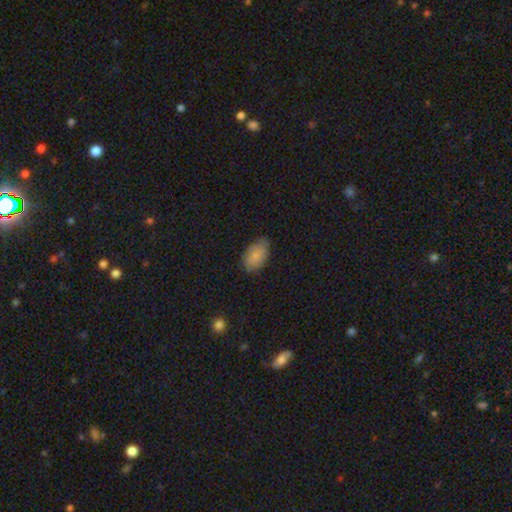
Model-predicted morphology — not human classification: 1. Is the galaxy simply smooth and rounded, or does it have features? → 85% smooth, 8% featured or disk, 7% star or artifact.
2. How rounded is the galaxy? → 94% in between, 4% round, 2% cigar-shaped.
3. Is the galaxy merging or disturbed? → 76% none, 20% minor disturbance, 3% major disturbance, 1% merger.